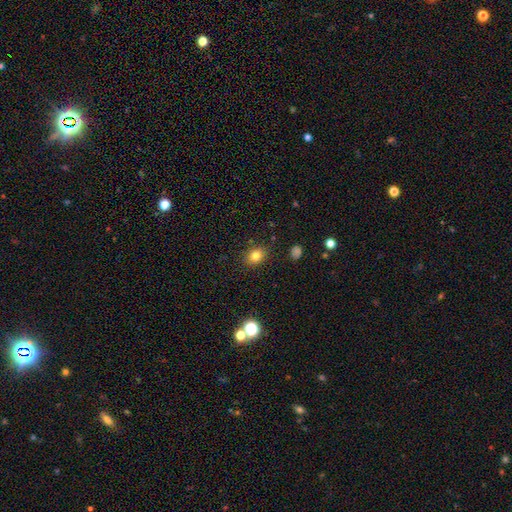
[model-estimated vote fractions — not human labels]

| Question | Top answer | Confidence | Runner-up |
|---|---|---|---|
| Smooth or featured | smooth | 80% | star or artifact (12%) |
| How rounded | in between | 56% | round (43%) |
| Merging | none | 86% | minor disturbance (9%) |